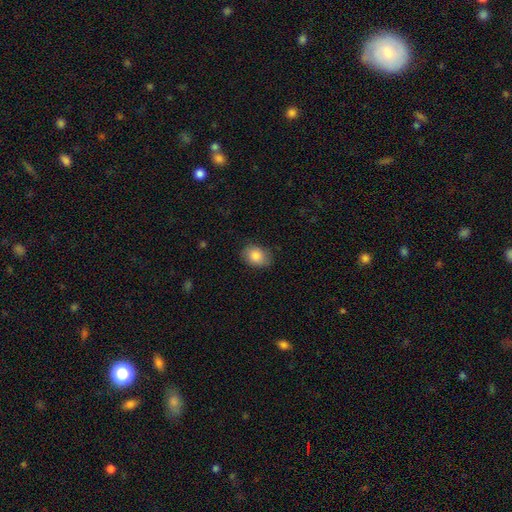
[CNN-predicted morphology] type=smooth (85%); roundness=in between (69%); merging=none (82%).